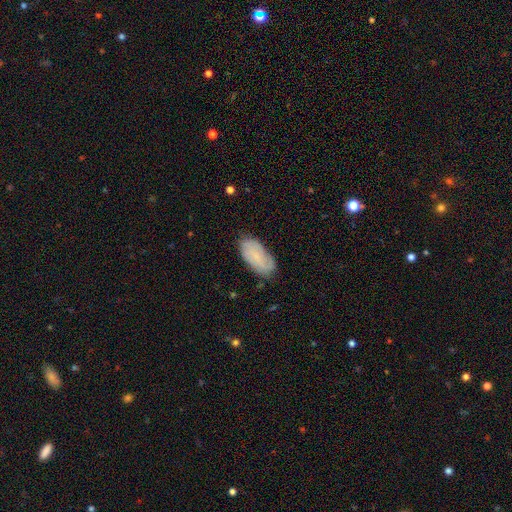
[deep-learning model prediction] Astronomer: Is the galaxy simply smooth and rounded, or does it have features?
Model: smooth — 59%.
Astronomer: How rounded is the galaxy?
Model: in between — 92%.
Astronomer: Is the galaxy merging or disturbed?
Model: none — 77%.